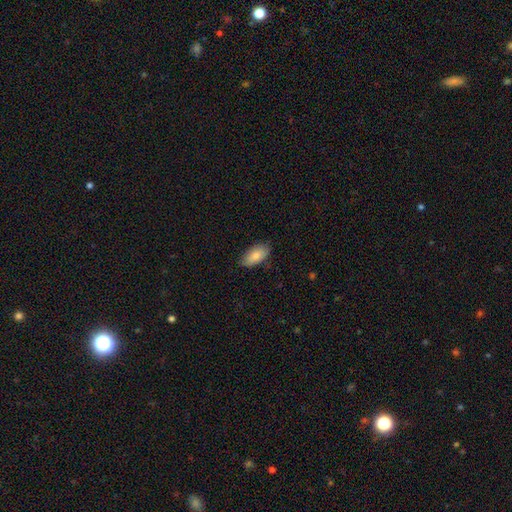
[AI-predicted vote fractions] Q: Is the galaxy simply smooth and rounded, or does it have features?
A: smooth — 82%.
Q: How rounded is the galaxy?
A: in between — 92%.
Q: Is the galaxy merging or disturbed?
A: none — 80%.